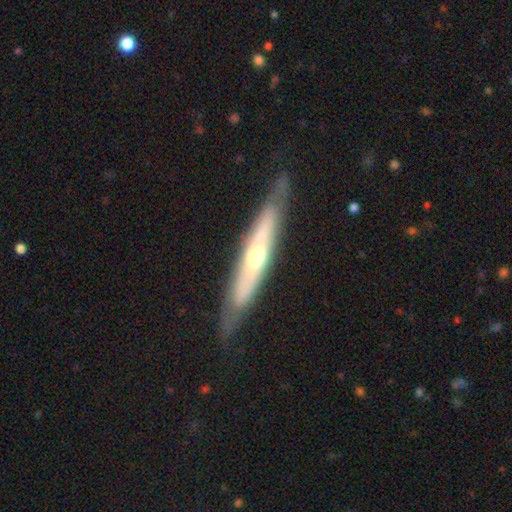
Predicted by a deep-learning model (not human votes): smooth_or_featured: featured or disk (p=0.67) [alt: smooth p=0.28]
disk_edge_on: yes (p=0.77) [alt: no p=0.23]
edge_on_bulge: rounded (p=0.80) [alt: none p=0.15]
merging: none (p=0.80) [alt: minor disturbance p=0.15]